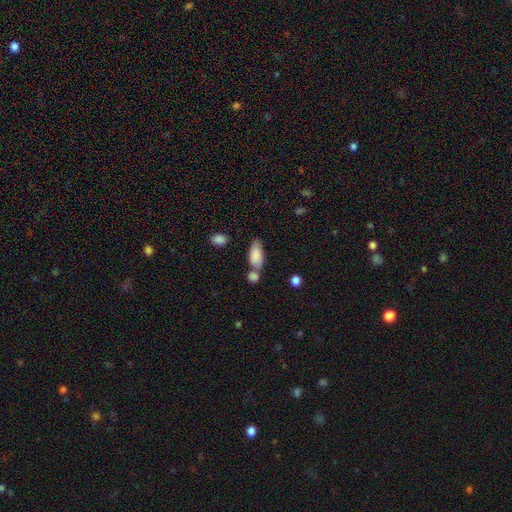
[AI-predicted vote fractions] Q: Smooth or featured?
A: smooth (85%); runner-up: featured or disk (8%)
Q: How rounded?
A: in between (87%); runner-up: cigar-shaped (10%)
Q: Merging?
A: none (43%); runner-up: merger (35%)